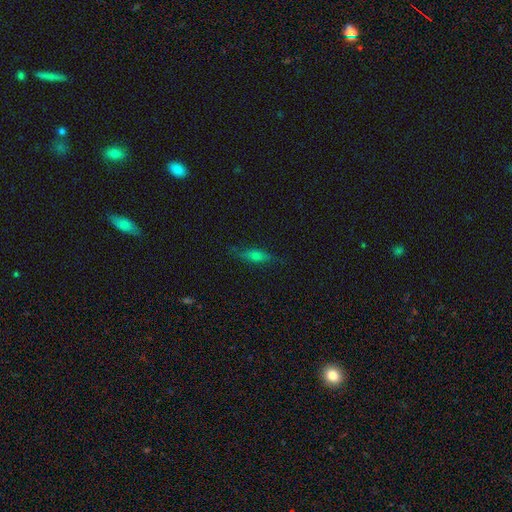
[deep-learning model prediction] Q: Smooth or featured?
A: smooth (47%); runner-up: featured or disk (38%)
Q: Merging?
A: none (79%); runner-up: minor disturbance (15%)